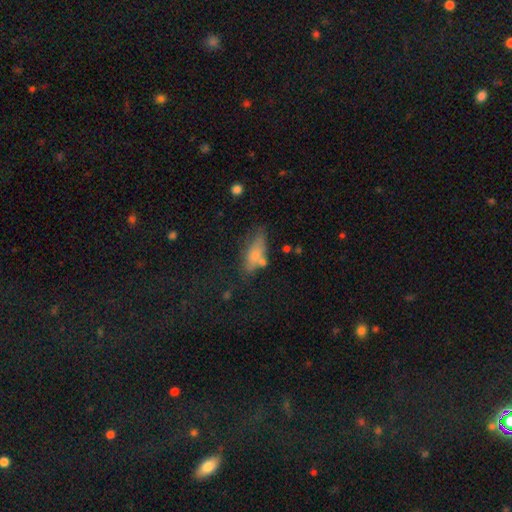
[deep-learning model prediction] Overall: smooth (66%). How rounded: in between (76%). Merging: none (43%; minor disturbance 26%).